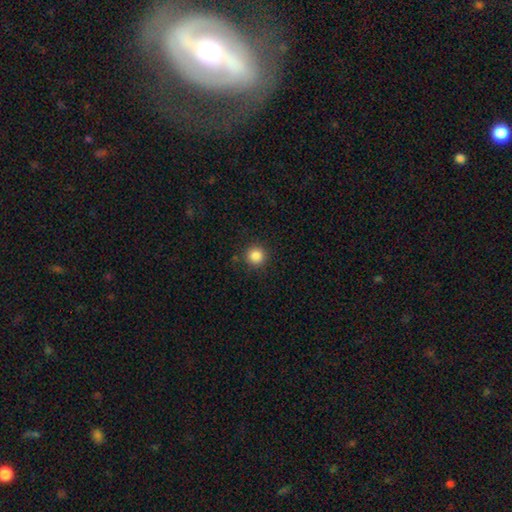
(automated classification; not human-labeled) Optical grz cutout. It shows a smooth galaxy with no disk features (86%) that is round (95%). Merging: none (89%).